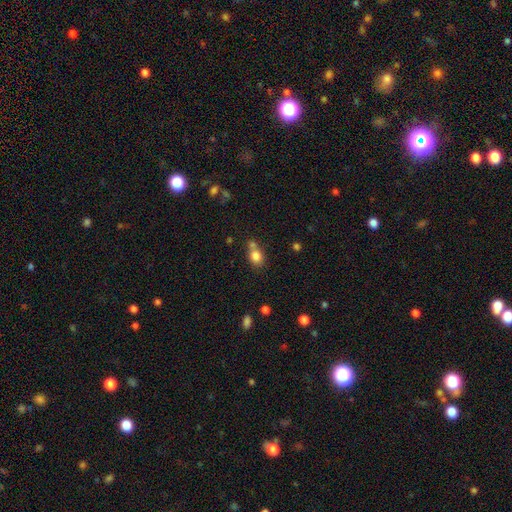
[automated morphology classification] The model was most divided on "how rounded": round: 55%, in between: 44%, cigar-shaped: 1%. Remaining: smooth or featured — smooth (81%); merging — none (48%).